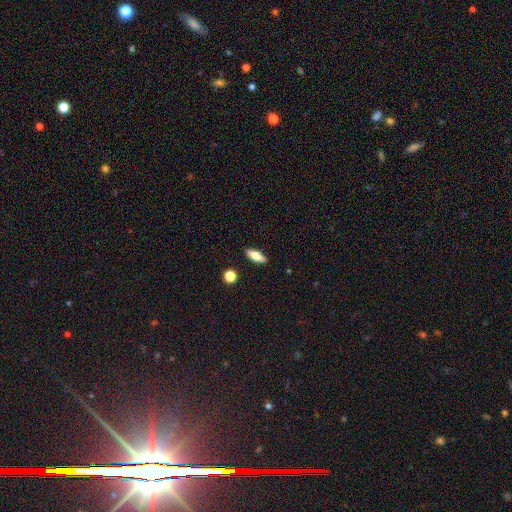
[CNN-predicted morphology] Smooth or featured? Predicted: smooth (p=0.72). How rounded? Predicted: in between (p=0.64). Merging? Predicted: none (p=0.88).